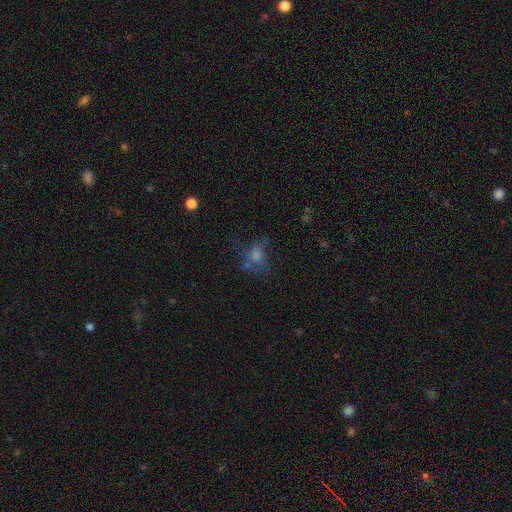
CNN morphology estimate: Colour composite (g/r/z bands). It shows a smooth galaxy with no disk features (45%). Merging: none (48%).